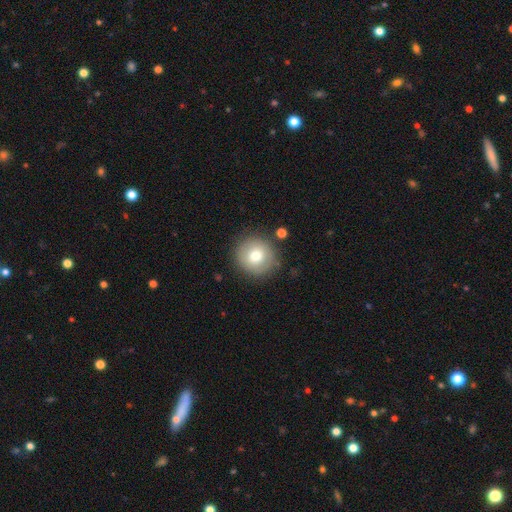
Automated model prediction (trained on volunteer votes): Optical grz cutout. It shows a smooth galaxy with no disk features (73%) that is round (95%). Merging: none (85%).